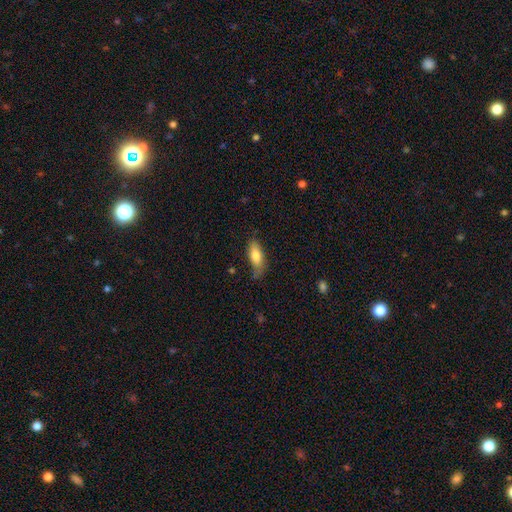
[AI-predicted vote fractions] Smooth or featured: smooth — 78% (featured or disk — 16%)
How rounded: in between — 72% (cigar-shaped — 25%)
Merging: none — 65% (minor disturbance — 26%)